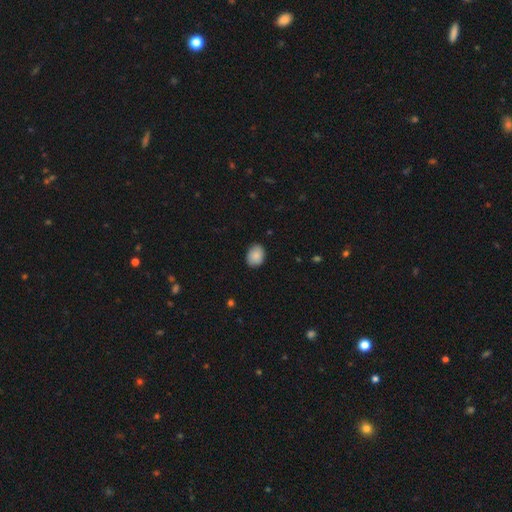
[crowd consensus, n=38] This is clearly a smooth galaxy (84%). How rounded: likely in between (69%). Merging: clearly none (85%).